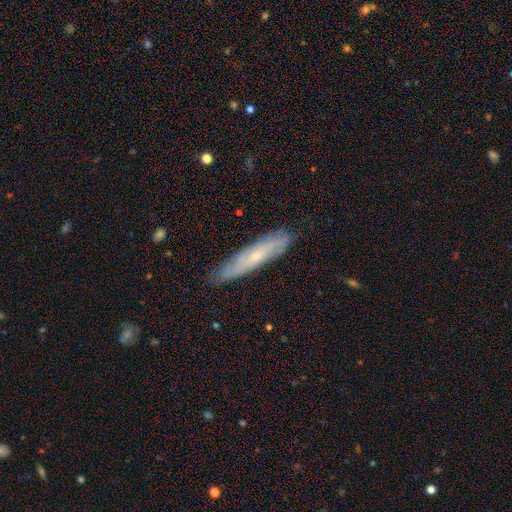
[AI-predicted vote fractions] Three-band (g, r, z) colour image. It shows a featured or disk galaxy (54%) viewed edge-on (56%). Merging: none (80%).